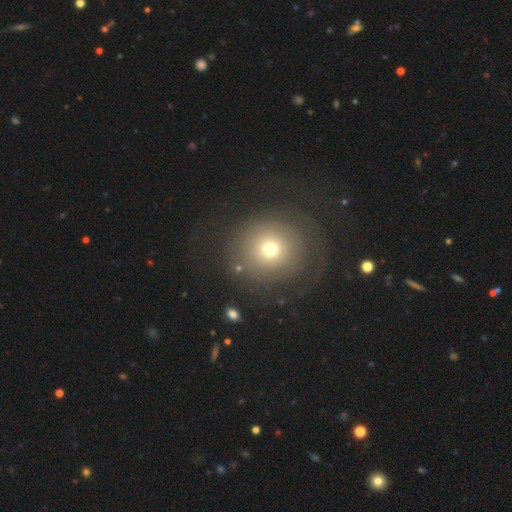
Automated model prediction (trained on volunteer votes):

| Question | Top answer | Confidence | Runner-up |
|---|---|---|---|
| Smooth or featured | smooth | 55% | featured or disk (23%) |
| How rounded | round | 88% | in between (11%) |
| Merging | none | 79% | minor disturbance (10%) |